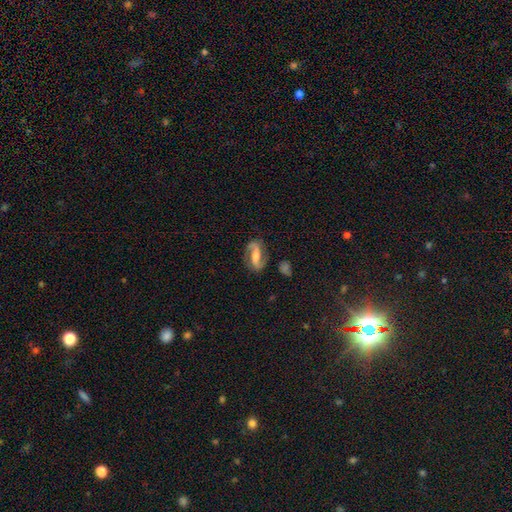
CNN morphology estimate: Smooth or featured? featured or disk (81%)
Edge-on disk? no (95%)
Bar? strong (41%)
Spiral arms? yes (95%)
Spiral winding? medium (43%)
Spiral arm count? 2 (92%)
Bulge size? moderate (51%)
Merging? none (77%)